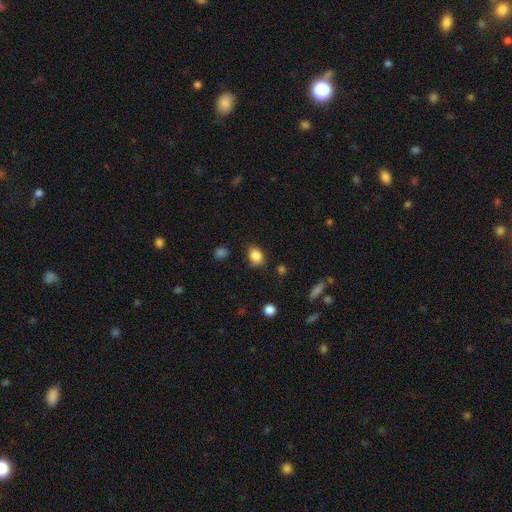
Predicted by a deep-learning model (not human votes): smooth-or-featured: smooth: 85% | star or artifact: 10% | featured or disk: 5%
  how-rounded: in between: 63% | round: 36% | cigar-shaped: 1%
  merging: none: 76% | minor disturbance: 18% | major disturbance: 4% | merger: 2%